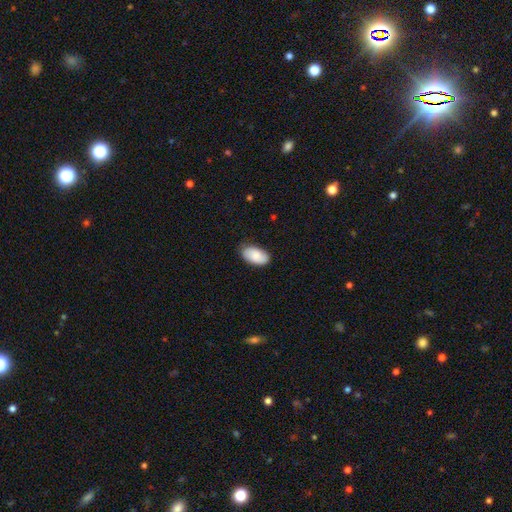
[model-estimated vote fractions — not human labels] Smooth or featured? smooth (84%)
How rounded? in between (95%)
Merging? none (82%)